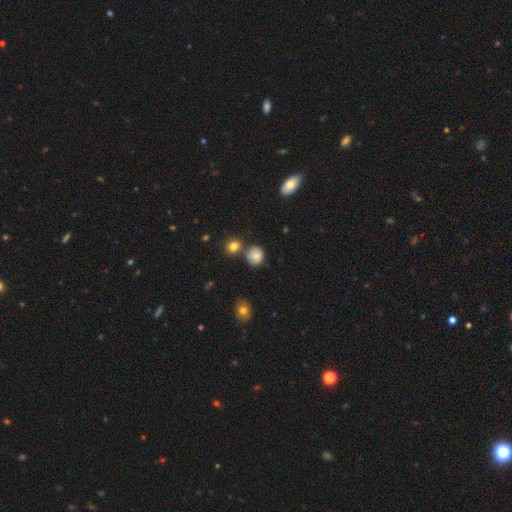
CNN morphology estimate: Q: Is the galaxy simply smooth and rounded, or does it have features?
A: smooth — 79%.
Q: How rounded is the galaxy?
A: round — 81%.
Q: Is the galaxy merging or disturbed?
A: none — 70%.